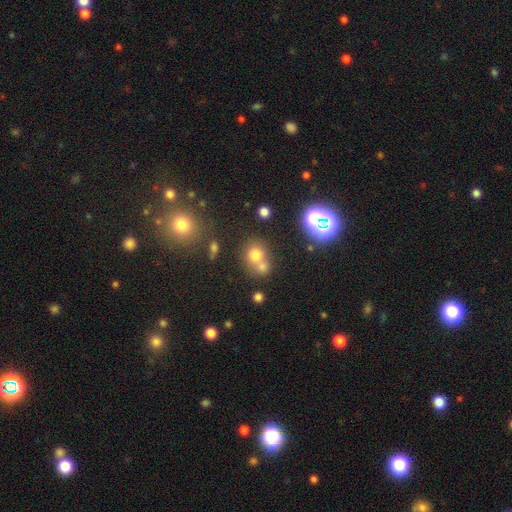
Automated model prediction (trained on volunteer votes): A smooth galaxy with no disk features (67%) that is round (79%).

Vote fractions:
- Smooth or featured? smooth: 67% / star or artifact: 21% / featured or disk: 12%
- How rounded? round: 79% / in between: 20% / cigar-shaped: 1%
- Merging? none: 45% / merger: 43% / minor disturbance: 8% / major disturbance: 4%